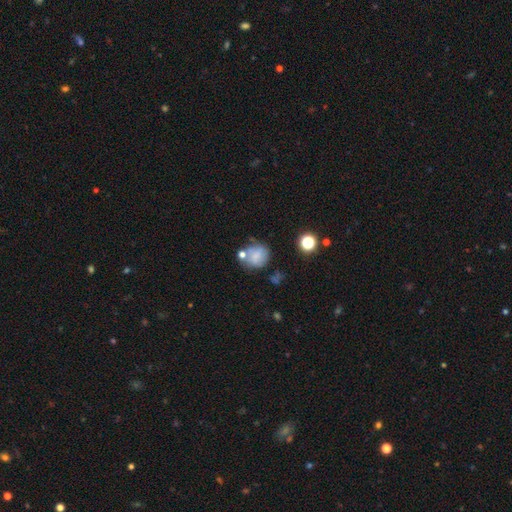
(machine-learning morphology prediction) This is likely a smooth galaxy (67%). How rounded: likely round (75%). Merging: possibly none (50%).